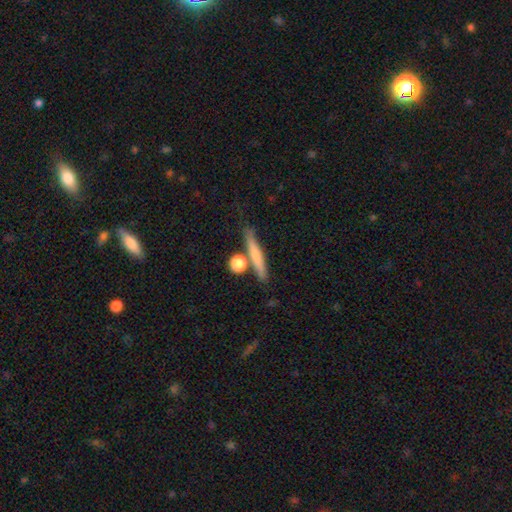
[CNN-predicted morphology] The model was most divided on "smooth or featured": smooth: 65%, featured or disk: 28%, star or artifact: 7%. More confident: how rounded — cigar-shaped (80%); merging — none (71%).